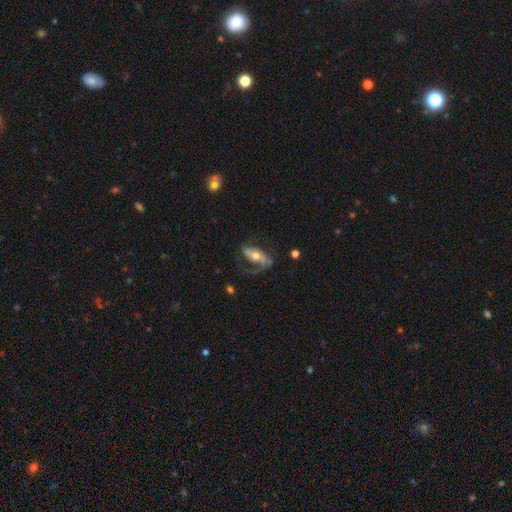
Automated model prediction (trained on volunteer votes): This is likely a featured or disk galaxy (70%). It is clearly not viewed edge-on (91%). Bar: possibly no (47%). Spiral arm pattern: clearly yes (85%). Spiral arm count: possibly 2 (56%). Spiral winding: marginally loose (42%). Central bulge: likely moderate (68%). Merging: possibly none (46%).